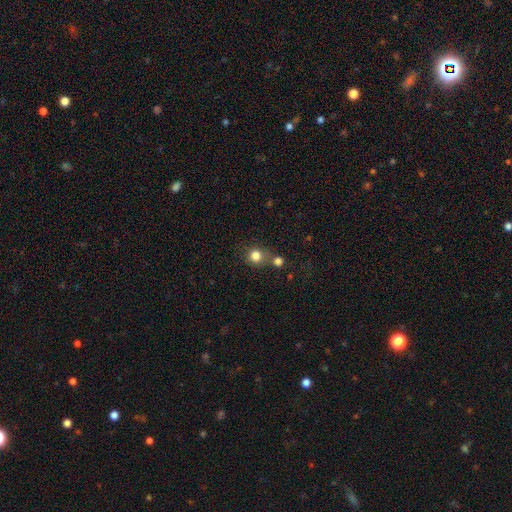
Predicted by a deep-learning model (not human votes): Smooth or featured: smooth — 81% (star or artifact — 12%)
How rounded: round — 87% (in between — 12%)
Merging: none — 59% (merger — 26%)